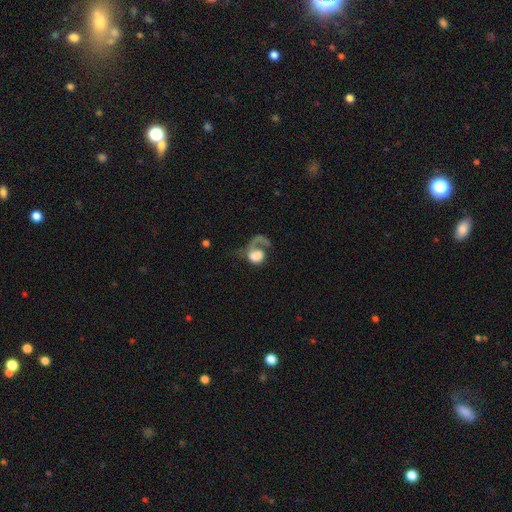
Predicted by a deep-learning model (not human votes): Overall: smooth (47%; featured or disk 44%). Merging: major disturbance (53%; none 24%).